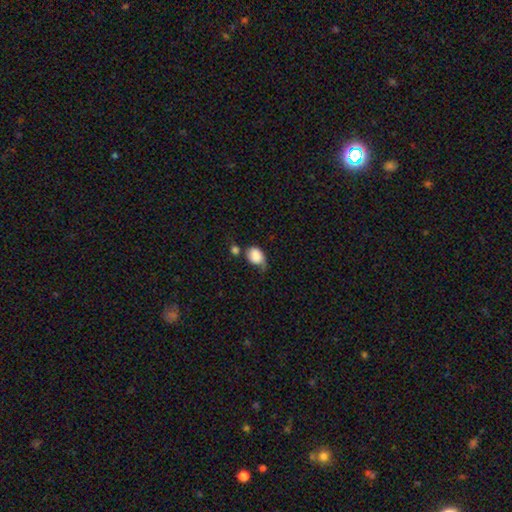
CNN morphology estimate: smooth-or-featured: smooth: 79% | featured or disk: 13% | star or artifact: 8%
  how-rounded: in between: 68% | round: 31% | cigar-shaped: 1%
  merging: minor disturbance: 33% | none: 30% | major disturbance: 21% | merger: 16%